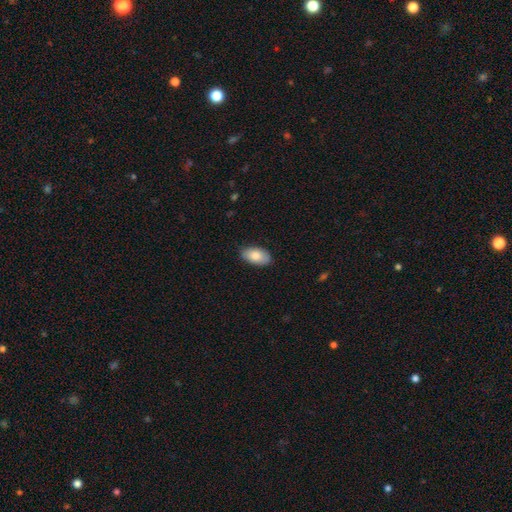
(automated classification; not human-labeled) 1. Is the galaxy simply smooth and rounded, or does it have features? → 82% smooth, 12% featured or disk, 6% star or artifact.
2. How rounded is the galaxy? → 94% in between, 4% round, 2% cigar-shaped.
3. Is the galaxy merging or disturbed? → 83% none, 14% minor disturbance, 2% major disturbance, 1% merger.